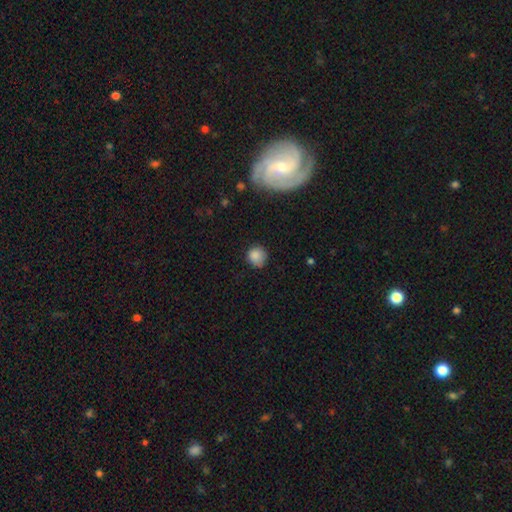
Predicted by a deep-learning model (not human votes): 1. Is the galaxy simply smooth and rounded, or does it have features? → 85% smooth, 10% star or artifact, 5% featured or disk.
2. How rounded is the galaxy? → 89% round, 10% in between, 1% cigar-shaped.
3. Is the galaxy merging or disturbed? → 77% none, 18% minor disturbance, 3% major disturbance, 1% merger.